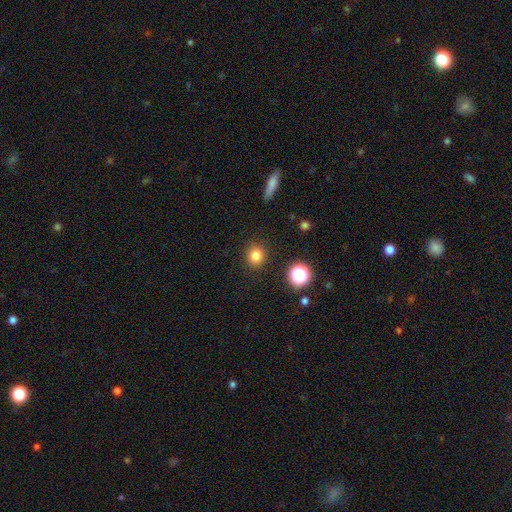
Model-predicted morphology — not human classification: A smooth galaxy with no disk features (81%) that is round (81%). Merging: none (89%).